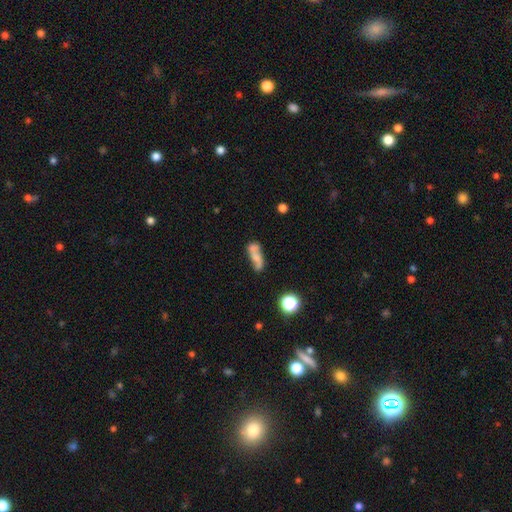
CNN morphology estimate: smooth_or_featured: smooth (p=0.46) [alt: featured or disk p=0.43]
merging: none (p=0.42) [alt: merger p=0.26]